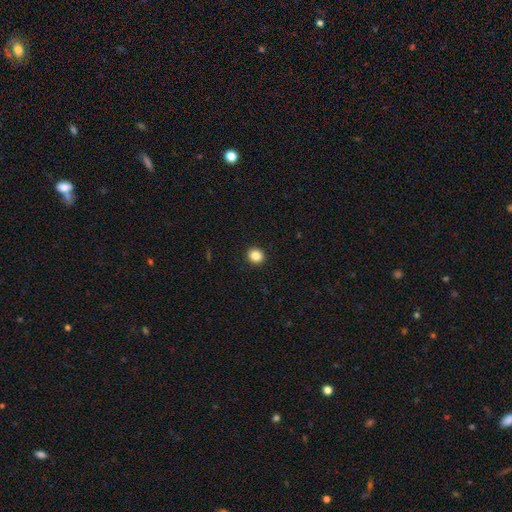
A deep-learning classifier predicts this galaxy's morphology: smooth-or-featured: smooth: 85% | star or artifact: 11% | featured or disk: 4%
  how-rounded: round: 85% | in between: 14% | cigar-shaped: 1%
  merging: none: 93% | minor disturbance: 5% | major disturbance: 2% | merger: 1%